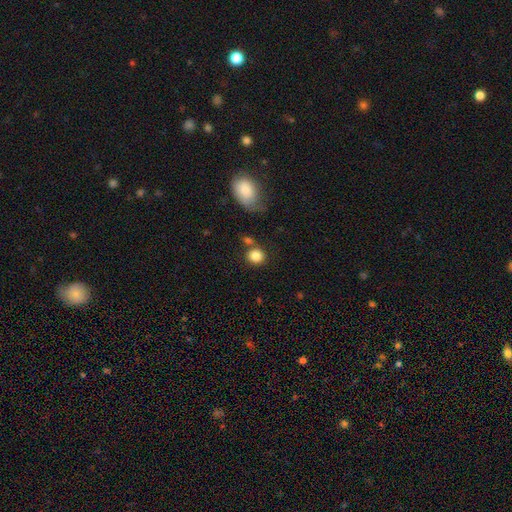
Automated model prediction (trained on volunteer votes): Smooth or featured? smooth (85%)
How rounded? round (81%)
Merging? none (69%)